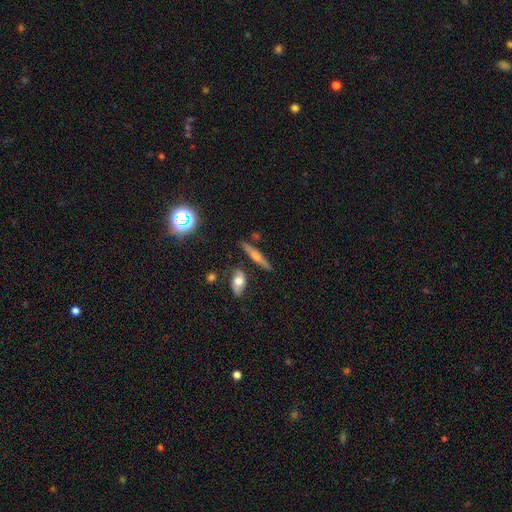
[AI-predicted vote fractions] Smooth or featured: featured or disk — 59% (smooth — 31%)
Edge-on disk: yes — 93% (no — 7%)
Edge-on bulge: rounded — 84% (none — 9%)
Merging: none — 83% (minor disturbance — 10%)